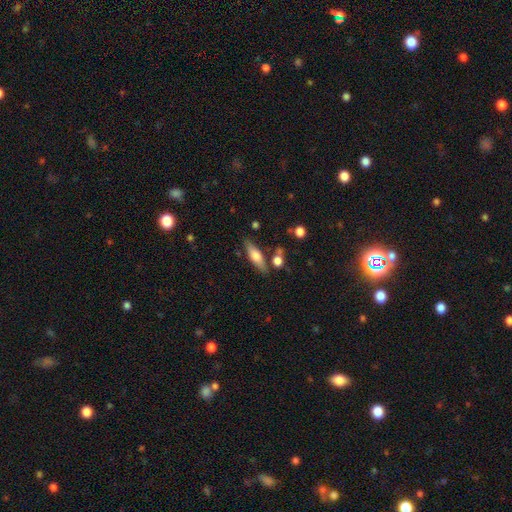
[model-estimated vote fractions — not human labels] This is likely a smooth galaxy (62%). How rounded: possibly in between (49%). Merging: likely none (76%).